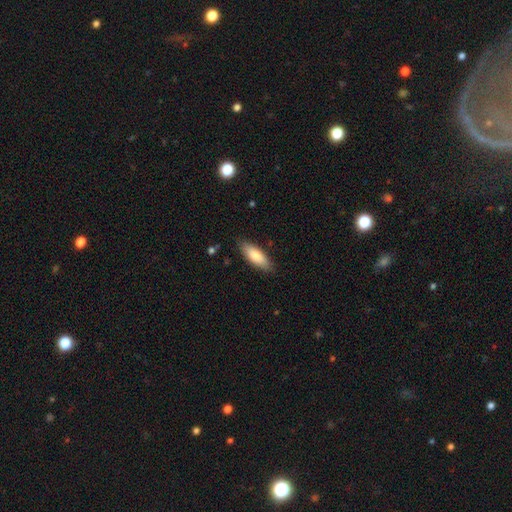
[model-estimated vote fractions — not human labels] smooth_or_featured: smooth (p=0.82) [alt: featured or disk p=0.13]
how_rounded: in between (p=0.65) [alt: cigar-shaped p=0.33]
merging: none (p=0.84) [alt: minor disturbance p=0.12]